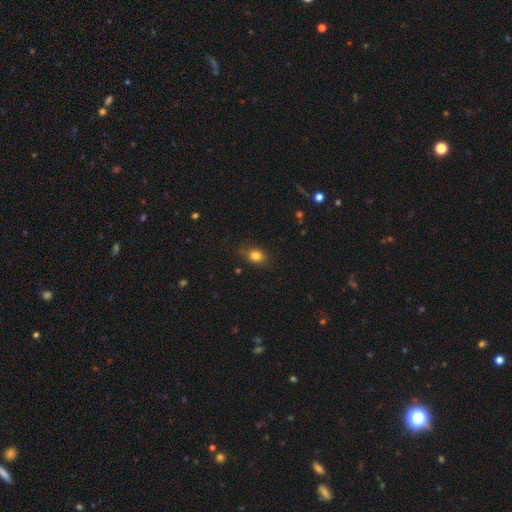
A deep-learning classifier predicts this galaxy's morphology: Overall: smooth (81%). How rounded: in between (62%; round 36%). Merging: none (80%).